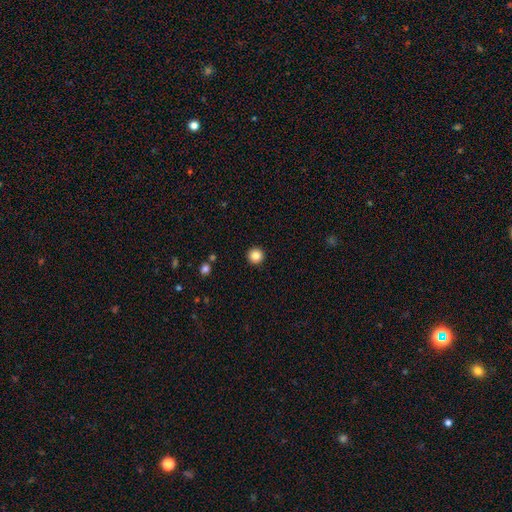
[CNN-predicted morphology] Smooth or featured?
  - smooth: 85% *
  - star or artifact: 10%
  - featured or disk: 5%
How rounded?
  - round: 96% *
  - in between: 3%
  - cigar-shaped: 1%
Merging?
  - none: 93% *
  - minor disturbance: 4%
  - major disturbance: 1%
  - merger: 1%